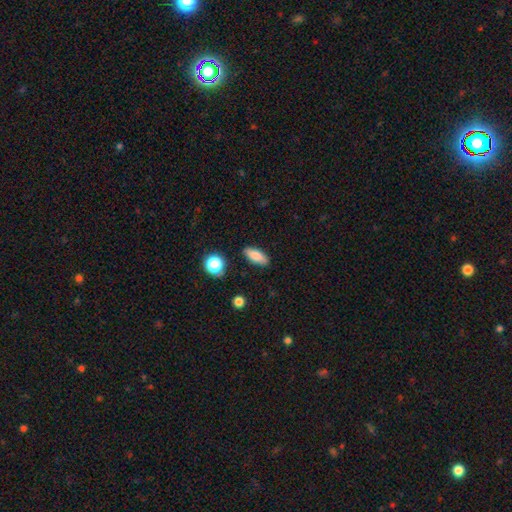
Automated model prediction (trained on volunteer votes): The model was most divided on "how rounded": in between: 77%, cigar-shaped: 19%, round: 4%. More confident: merging — none (86%); smooth or featured — smooth (82%).